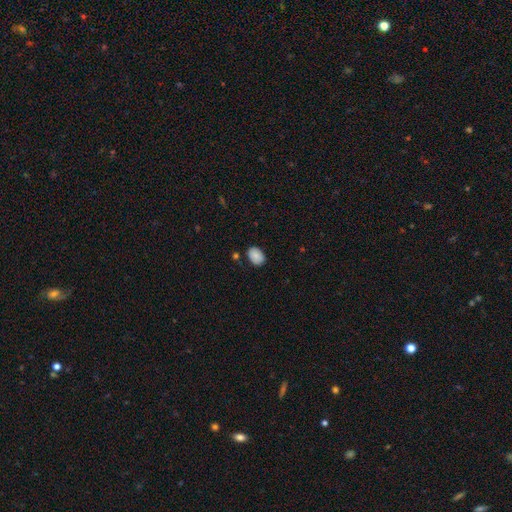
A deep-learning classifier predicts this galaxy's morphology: A smooth galaxy with no disk features (84%) that is in between round and cigar-shaped (78%). Merging: none (78%).